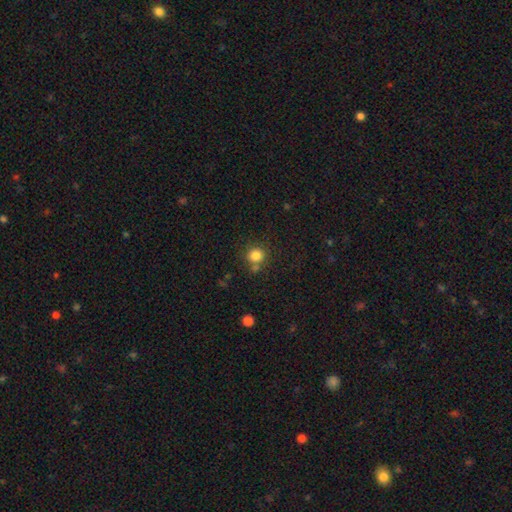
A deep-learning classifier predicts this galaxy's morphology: smooth-or-featured: smooth: 82% | star or artifact: 12% | featured or disk: 5%
  how-rounded: round: 90% | in between: 9% | cigar-shaped: 1%
  merging: none: 73% | merger: 13% | minor disturbance: 10% | major disturbance: 4%